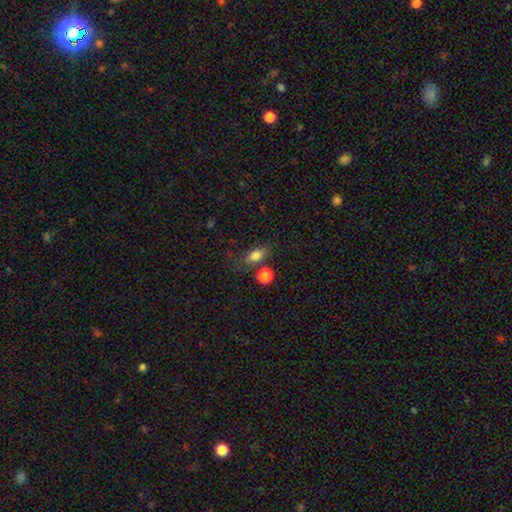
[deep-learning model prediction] The model was most divided on "how rounded": in between: 71%, round: 22%, cigar-shaped: 7%. More confident: smooth or featured — smooth (79%); merging — none (66%).